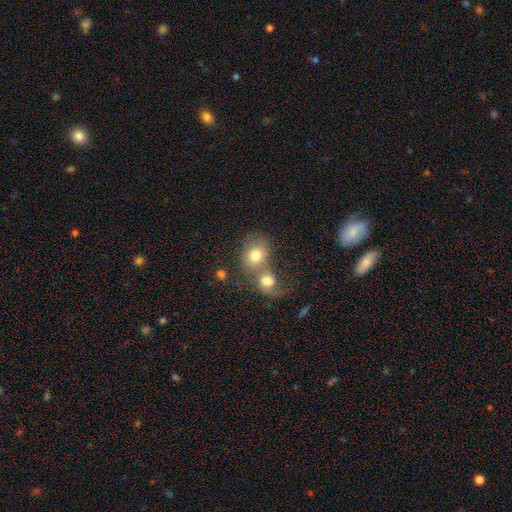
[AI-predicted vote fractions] The model was most divided on "how rounded": round: 59%, in between: 40%, cigar-shaped: 1%. More confident: smooth or featured — smooth (73%); merging — merger (63%).